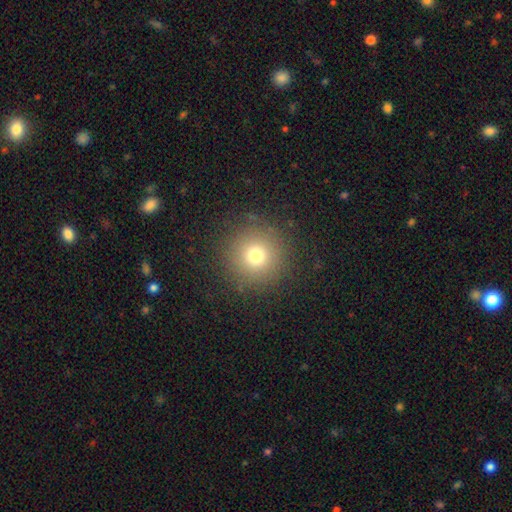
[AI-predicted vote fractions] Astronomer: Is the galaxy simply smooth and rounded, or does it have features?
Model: smooth — 72%.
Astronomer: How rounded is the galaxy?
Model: round — 96%.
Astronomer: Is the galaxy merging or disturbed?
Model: none — 88%.